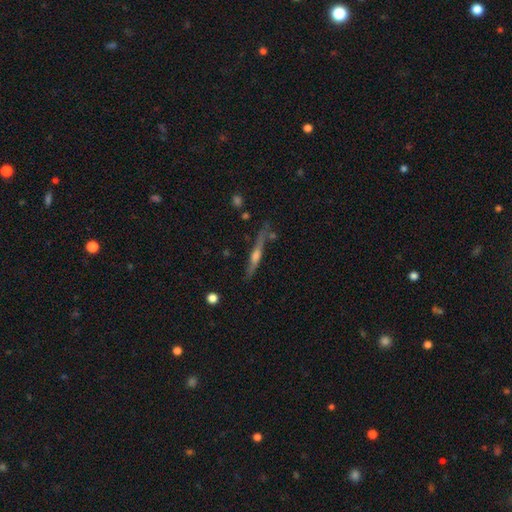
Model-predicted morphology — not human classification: smooth-or-featured: featured or disk: 68% | smooth: 25% | star or artifact: 7%
  disk-edge-on: yes: 96% | no: 4%
    edge-on-bulge: rounded: 72% | boxy: 15% | none: 13%
  merging: none: 77% | minor disturbance: 15% | merger: 5% | major disturbance: 4%